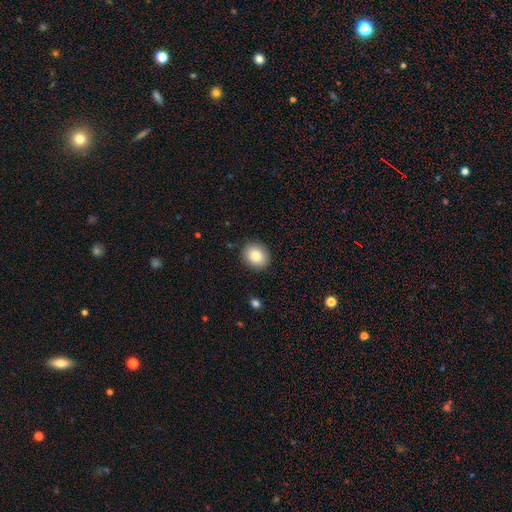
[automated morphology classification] The model was most divided on "how rounded": round: 62%, in between: 38%, cigar-shaped: 1%. More confident: merging — none (89%); smooth or featured — smooth (84%).